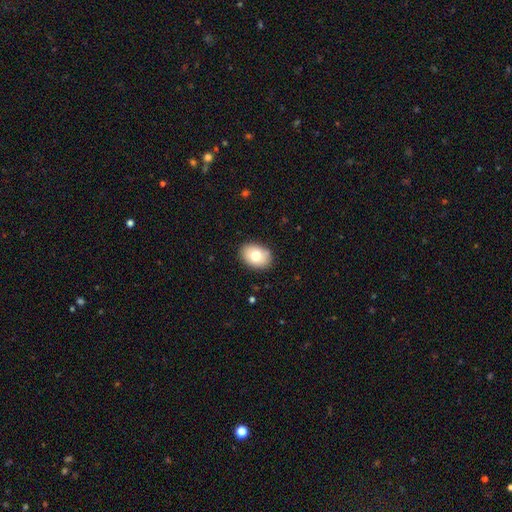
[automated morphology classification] Smooth or featured? smooth (75%)
How rounded? in between (76%)
Merging? none (87%)